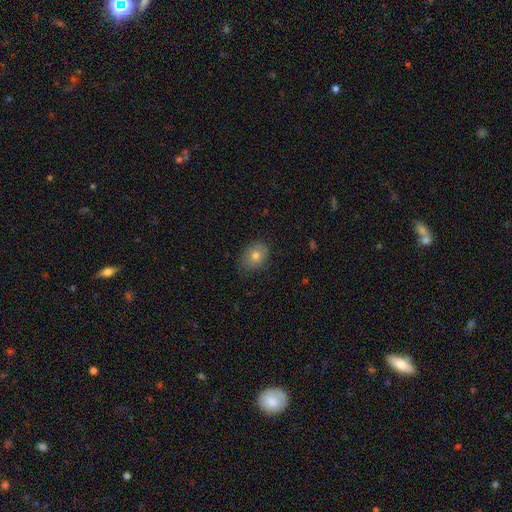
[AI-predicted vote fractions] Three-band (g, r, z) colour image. It shows a smooth galaxy with no disk features (76%) that is in between round and cigar-shaped (54%). Merging: none (81%).